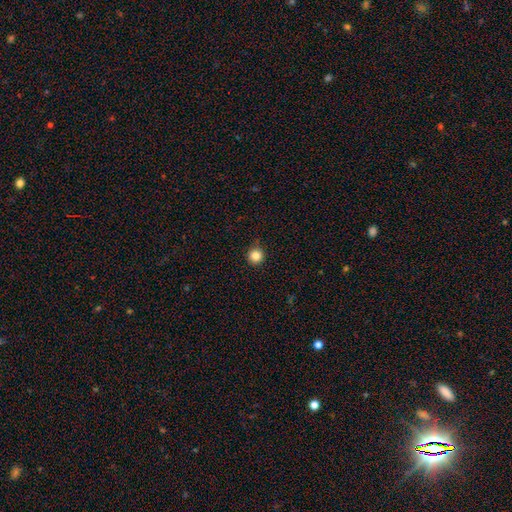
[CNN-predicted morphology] Overall: smooth (84%). How rounded: round (95%). Merging: none (89%).